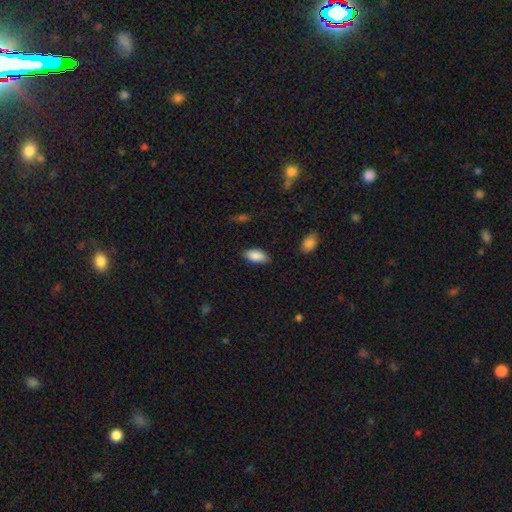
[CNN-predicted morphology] Overall: smooth (88%). How rounded: in between (92%). Merging: none (82%).